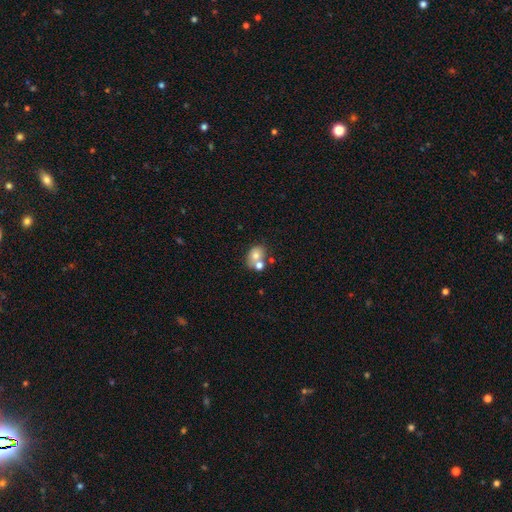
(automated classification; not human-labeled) A smooth galaxy with no disk features (71%) that is in between round and cigar-shaped (51%).

Vote fractions:
- Smooth or featured? smooth: 71% / featured or disk: 19% / star or artifact: 10%
- How rounded? in between: 51% / round: 48% / cigar-shaped: 1%
- Merging? merger: 43% / none: 41% / minor disturbance: 11% / major disturbance: 5%